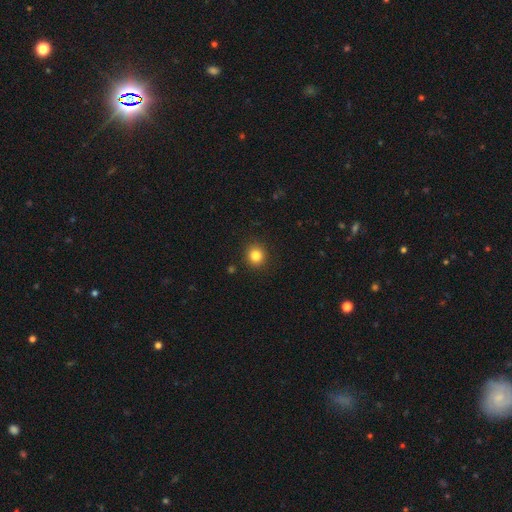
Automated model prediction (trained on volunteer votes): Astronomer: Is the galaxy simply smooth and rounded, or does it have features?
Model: smooth — 83%.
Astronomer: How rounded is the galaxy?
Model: round — 90%.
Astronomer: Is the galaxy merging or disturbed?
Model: none — 91%.